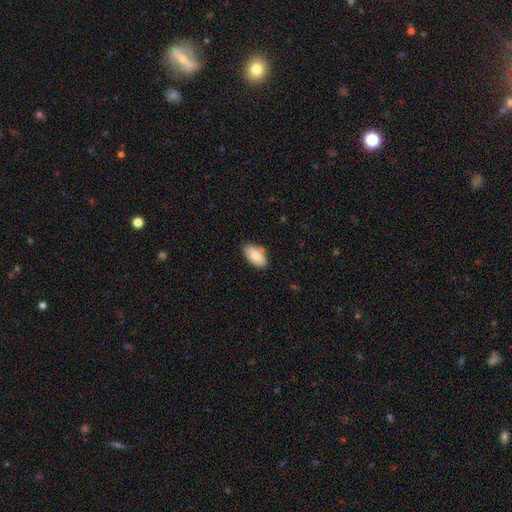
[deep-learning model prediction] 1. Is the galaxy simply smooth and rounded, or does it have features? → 85% smooth, 9% featured or disk, 6% star or artifact.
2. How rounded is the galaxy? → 95% in between, 3% round, 2% cigar-shaped.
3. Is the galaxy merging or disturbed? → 79% none, 16% minor disturbance, 3% major disturbance, 2% merger.